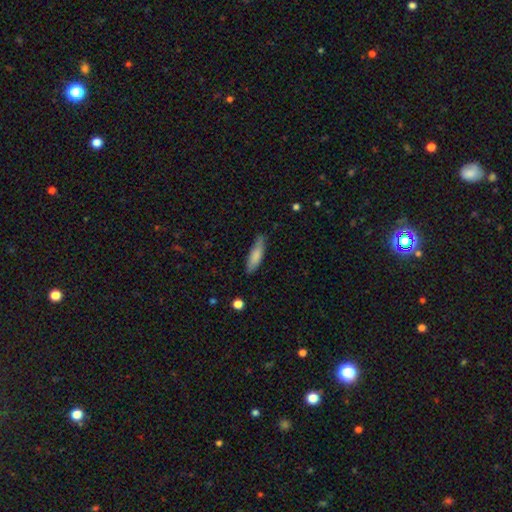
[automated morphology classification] Smooth or featured? Predicted: smooth (p=0.81). How rounded? Predicted: cigar-shaped (p=0.63). Merging? Predicted: none (p=0.77).